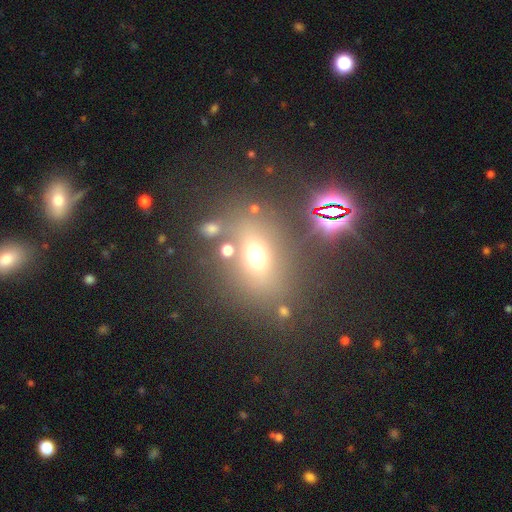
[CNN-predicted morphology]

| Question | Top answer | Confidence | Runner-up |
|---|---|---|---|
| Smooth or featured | smooth | 54% | star or artifact (28%) |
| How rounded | in between | 60% | round (35%) |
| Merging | none | 73% | minor disturbance (12%) |